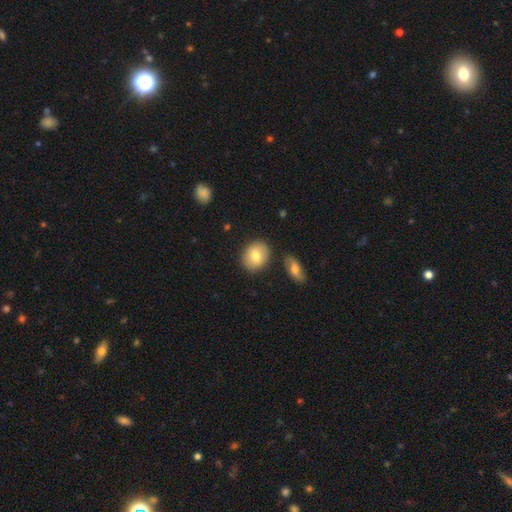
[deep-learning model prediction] smooth 79%, featured or disk 14%, star or artifact 7%. Down the decision tree: how rounded — round (60%); merging — none (83%).